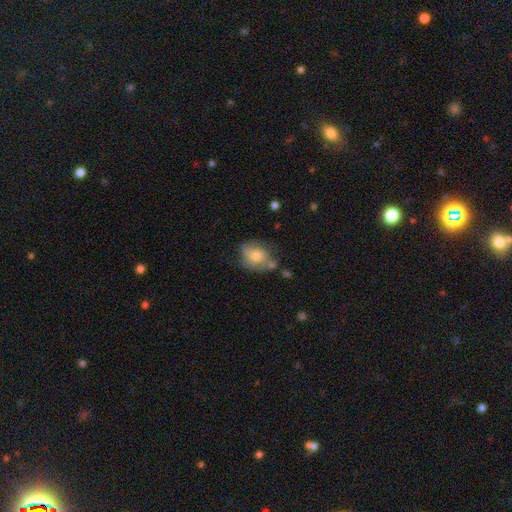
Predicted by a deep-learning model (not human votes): The model was most divided on "how rounded": in between: 56%, round: 43%, cigar-shaped: 1%. Remaining: smooth or featured — smooth (63%); merging — none (46%).